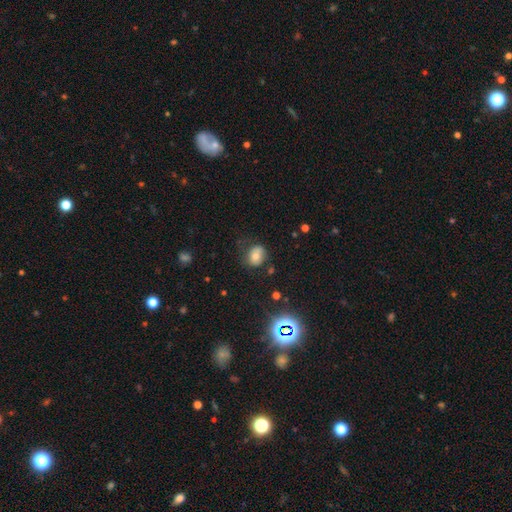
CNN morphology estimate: Smooth or featured?
  - smooth: 65% *
  - featured or disk: 19%
  - star or artifact: 15%
How rounded?
  - round: 56% *
  - in between: 43%
  - cigar-shaped: 1%
Merging?
  - none: 60% *
  - minor disturbance: 25%
  - major disturbance: 11%
  - merger: 3%